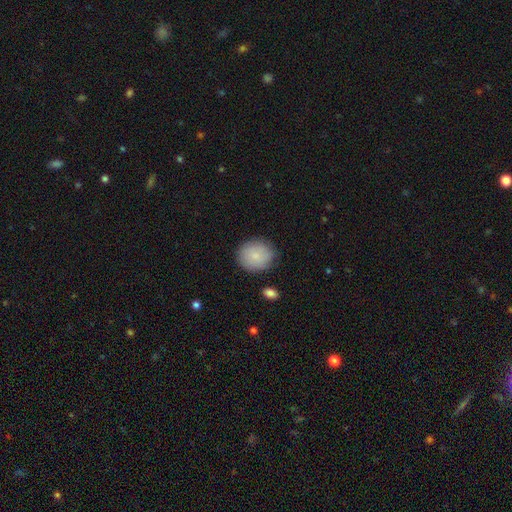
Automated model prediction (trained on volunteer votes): A smooth galaxy with no disk features (84%) that is round (76%). Merging: none (82%).